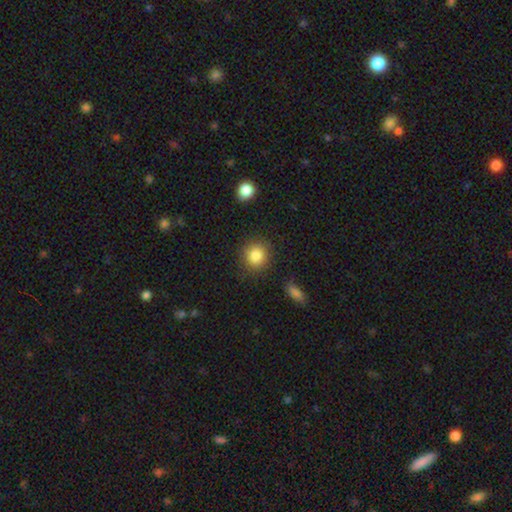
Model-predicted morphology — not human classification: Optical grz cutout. It shows a smooth galaxy with no disk features (85%) that is round (88%). Merging: none (87%).